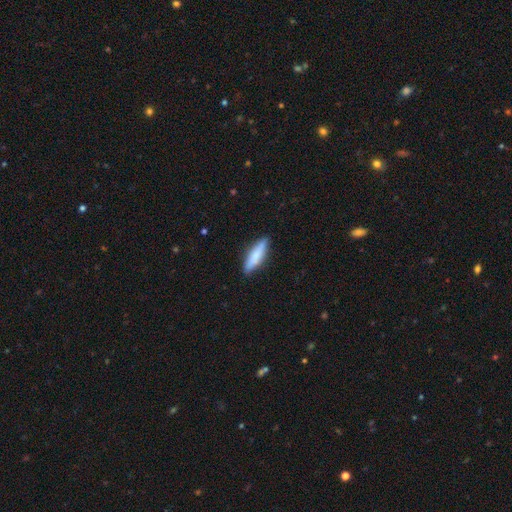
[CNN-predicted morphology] type=smooth (73%); roundness=cigar-shaped (70%); merging=none (87%).